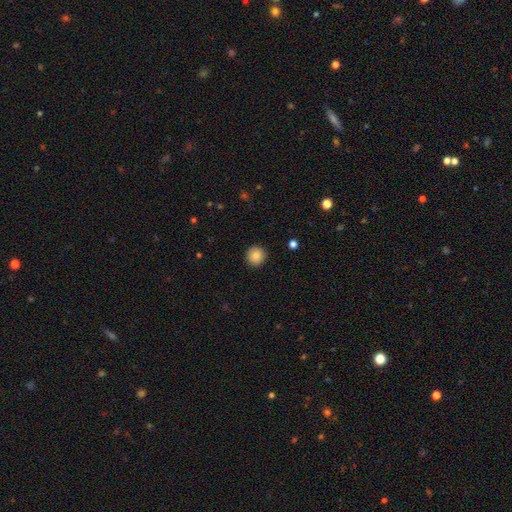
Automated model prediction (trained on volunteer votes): Smooth or featured?
  - smooth: 85% *
  - star or artifact: 9%
  - featured or disk: 6%
How rounded?
  - round: 94% *
  - in between: 5%
  - cigar-shaped: 1%
Merging?
  - none: 92% *
  - minor disturbance: 6%
  - major disturbance: 2%
  - merger: 1%